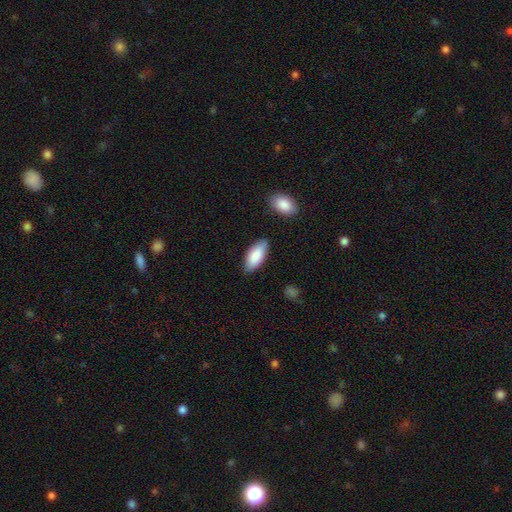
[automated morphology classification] Smooth or featured? smooth (87%)
How rounded? in between (87%)
Merging? none (82%)